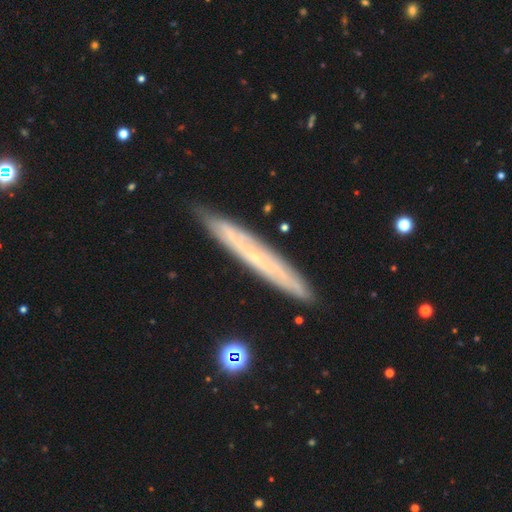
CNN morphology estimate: This appears to be a featured or disk galaxy (62%) viewed edge-on (77%). Merging: none (87%).